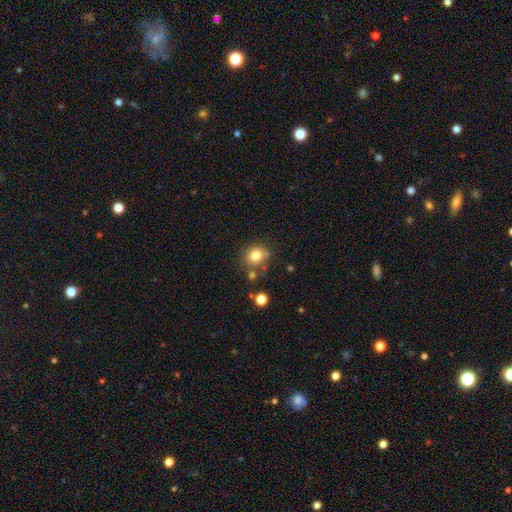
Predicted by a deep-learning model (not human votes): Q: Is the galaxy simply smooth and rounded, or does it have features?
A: smooth — 80%.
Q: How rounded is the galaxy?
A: round — 70%.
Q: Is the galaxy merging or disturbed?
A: none — 70%.